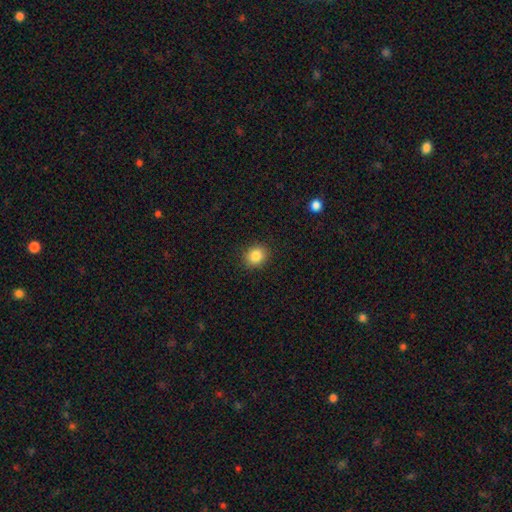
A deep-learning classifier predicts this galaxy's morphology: The model was most divided on "how rounded": round: 73%, in between: 26%, cigar-shaped: 1%. More confident: merging — none (90%); smooth or featured — smooth (85%).